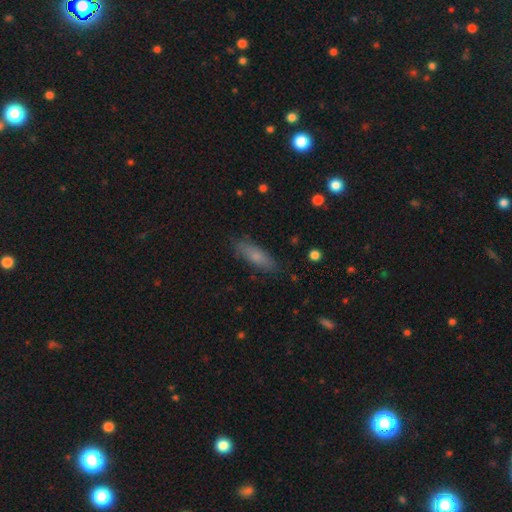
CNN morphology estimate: This appears to be a smooth galaxy with no disk features (73%) that is in between round and cigar-shaped (50%). Merging: none (82%).